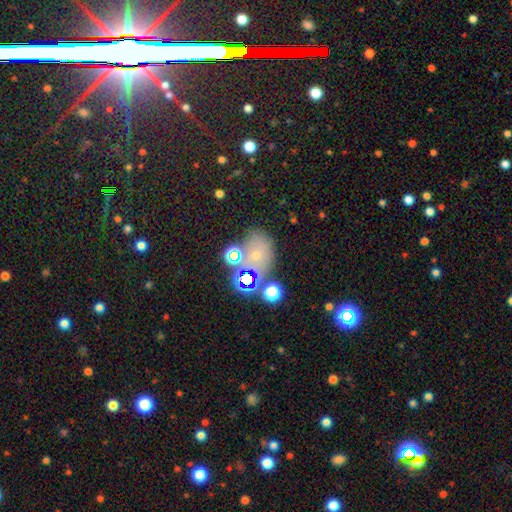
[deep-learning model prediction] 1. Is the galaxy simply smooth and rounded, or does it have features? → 46% smooth, 32% star or artifact, 21% featured or disk.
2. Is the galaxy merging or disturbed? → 54% none, 21% merger, 15% minor disturbance, 9% major disturbance.